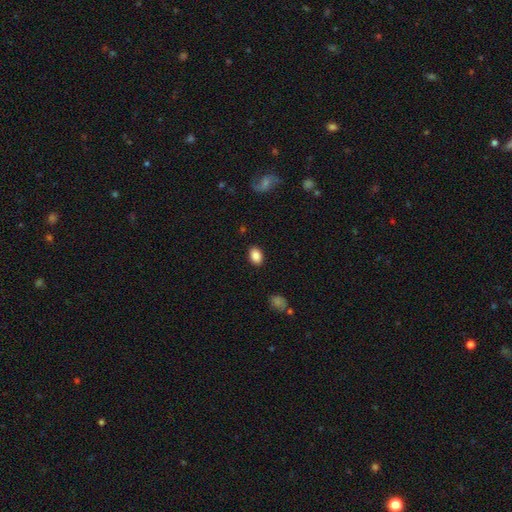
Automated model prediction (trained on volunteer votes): Smooth or featured?
  - smooth: 87% *
  - star or artifact: 8%
  - featured or disk: 5%
How rounded?
  - in between: 81% *
  - round: 18%
  - cigar-shaped: 1%
Merging?
  - none: 88% *
  - minor disturbance: 8%
  - major disturbance: 2%
  - merger: 1%